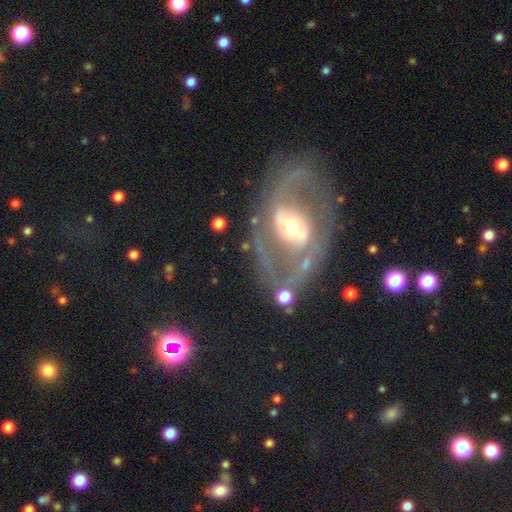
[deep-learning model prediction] A featured or disk galaxy (74%) with a weak bar (45%), 2 (80%) medium (49%) spiral arms (78%) and a moderate central bulge (61%).

Vote fractions:
- Smooth or featured? featured or disk: 74% / star or artifact: 14% / smooth: 12%
- Edge-on disk? no: 95% / yes: 5%
- Bar? weak: 45% / no: 31% / strong: 24%
- Spiral arms? yes: 78% / no: 22%
- Spiral winding? medium: 49% / tight: 27% / loose: 24%
- Spiral arm count? 2: 80% / can't tell: 11% / 1: 4% / 3: 2% / 4: 1% / more than 4: 1%
- Bulge size? moderate: 61% / small: 26% / large: 9% / none: 2% / dominant: 2%
- Merging? none: 66% / minor disturbance: 17% / major disturbance: 13% / merger: 4%